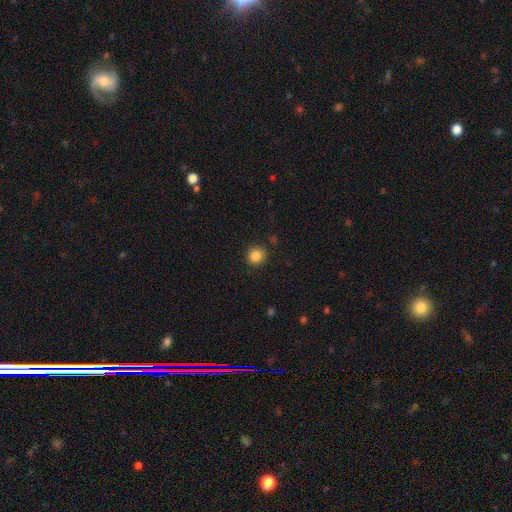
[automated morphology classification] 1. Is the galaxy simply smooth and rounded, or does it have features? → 86% smooth, 10% star or artifact, 4% featured or disk.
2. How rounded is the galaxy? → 92% round, 7% in between, 1% cigar-shaped.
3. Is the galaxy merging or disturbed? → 89% none, 8% minor disturbance, 2% major disturbance, 1% merger.